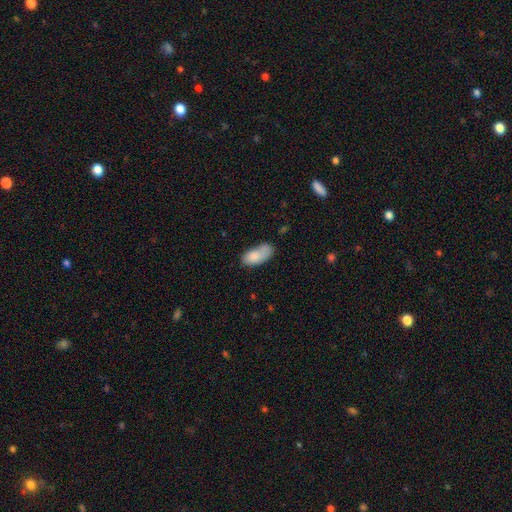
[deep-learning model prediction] Smooth or featured? Predicted: smooth (p=0.82). How rounded? Predicted: in between (p=0.90). Merging? Predicted: none (p=0.48).